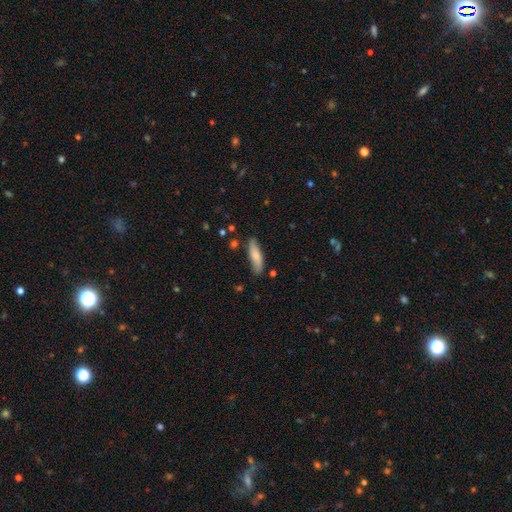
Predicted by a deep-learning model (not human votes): Smooth or featured: smooth — 69% (featured or disk — 25%)
How rounded: cigar-shaped — 62% (in between — 36%)
Merging: none — 80% (minor disturbance — 15%)